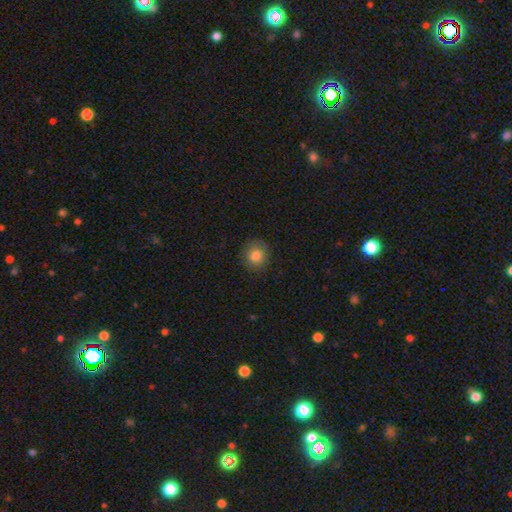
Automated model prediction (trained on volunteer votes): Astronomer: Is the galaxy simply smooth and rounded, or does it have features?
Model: smooth — 83%.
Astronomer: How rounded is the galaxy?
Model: round — 88%.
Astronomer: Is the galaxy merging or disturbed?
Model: none — 86%.